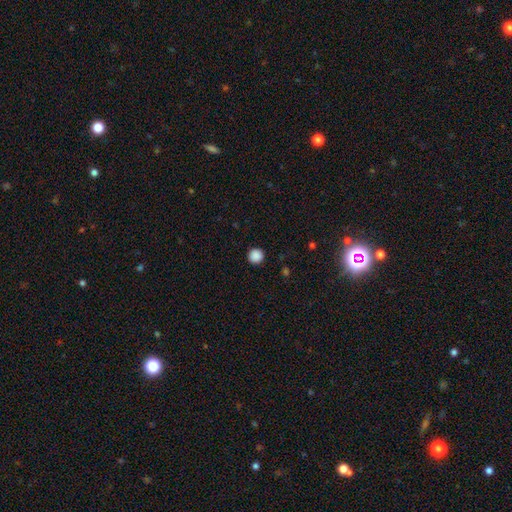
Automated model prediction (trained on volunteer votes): This appears to be a smooth galaxy with no disk features (88%) that is round (96%). Merging: none (92%).